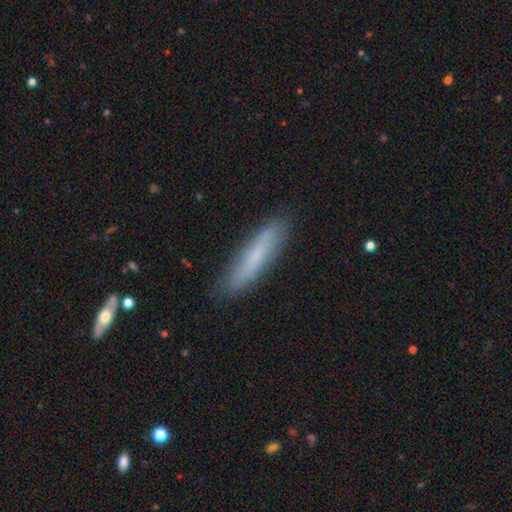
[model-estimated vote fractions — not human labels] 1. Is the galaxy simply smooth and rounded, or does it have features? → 64% smooth, 28% featured or disk, 7% star or artifact.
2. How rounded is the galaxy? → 86% cigar-shaped, 13% in between, 1% round.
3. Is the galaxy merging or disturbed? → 84% none, 12% minor disturbance, 2% major disturbance, 1% merger.